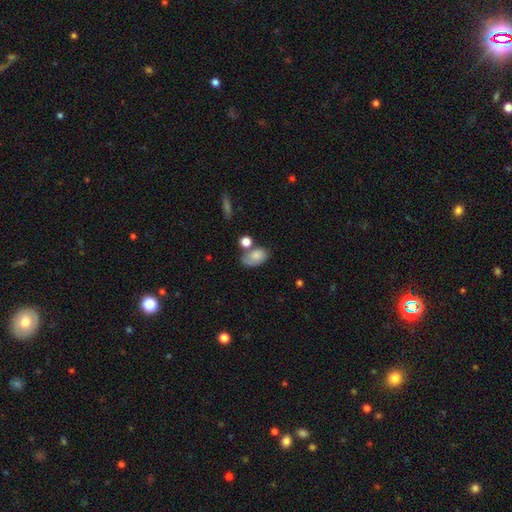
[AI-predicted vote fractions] This is likely a smooth galaxy (77%). How rounded: clearly in between (88%). Merging: possibly none (46%).